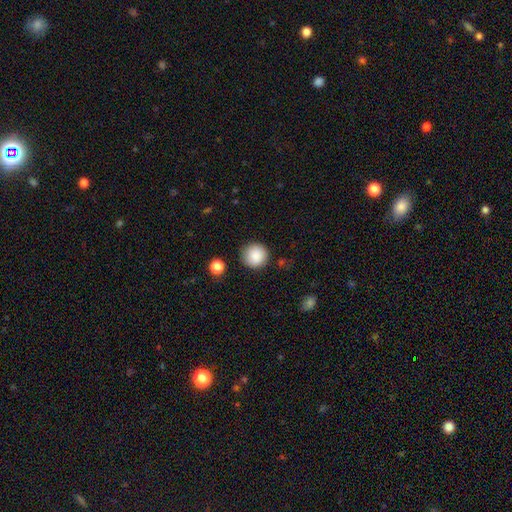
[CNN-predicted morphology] smooth 88%, star or artifact 8%, featured or disk 4%. Down the decision tree: how rounded — round (95%); merging — none (87%).